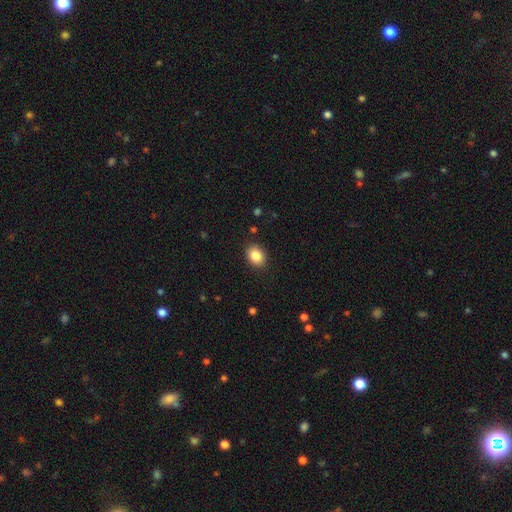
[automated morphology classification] Overall: smooth (86%). How rounded: in between (62%; round 38%). Merging: none (88%).